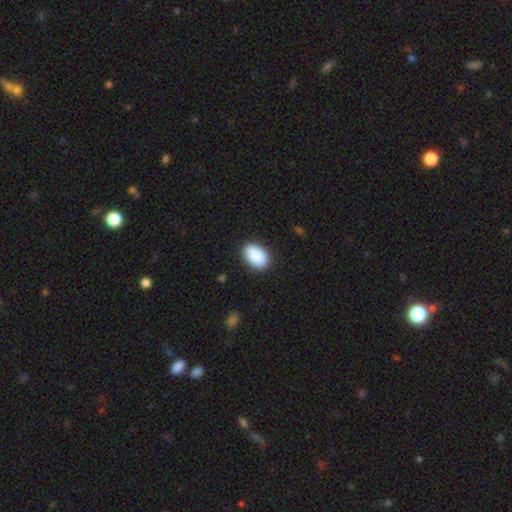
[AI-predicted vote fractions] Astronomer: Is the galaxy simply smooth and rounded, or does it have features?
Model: smooth — 90%.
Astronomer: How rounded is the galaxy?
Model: in between — 90%.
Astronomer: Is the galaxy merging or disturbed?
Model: none — 88%.